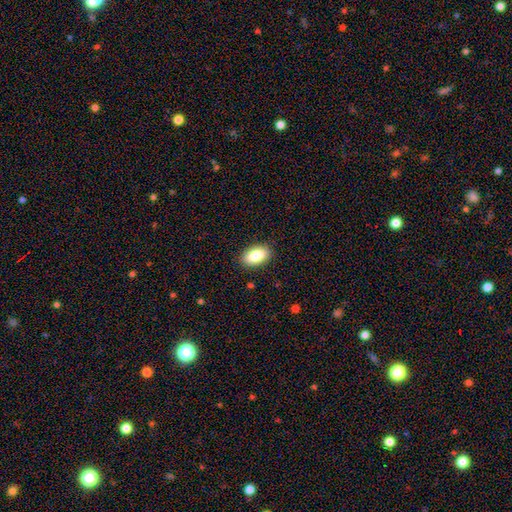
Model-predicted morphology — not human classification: The model was most divided on "smooth or featured": smooth: 83%, featured or disk: 10%, star or artifact: 7%. More confident: how rounded — in between (93%); merging — none (89%).